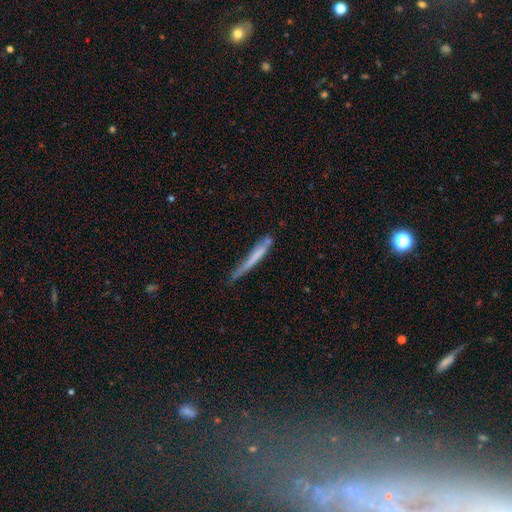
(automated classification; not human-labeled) A smooth galaxy with no disk features (57%) that is cigar-shaped (96%). Merging: none (56%).